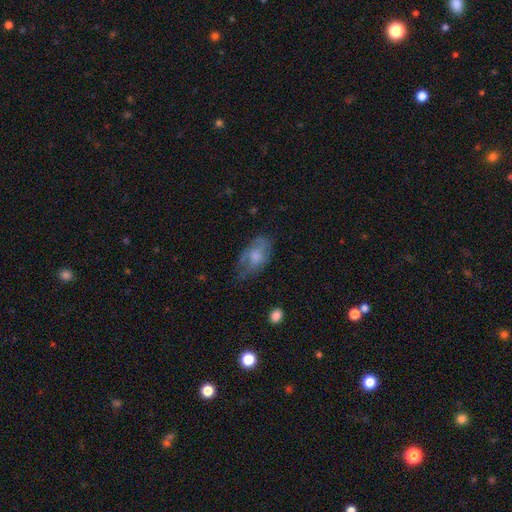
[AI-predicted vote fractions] Smooth or featured: smooth — 55% (featured or disk — 37%)
How rounded: in between — 90% (round — 7%)
Merging: none — 48% (minor disturbance — 32%)